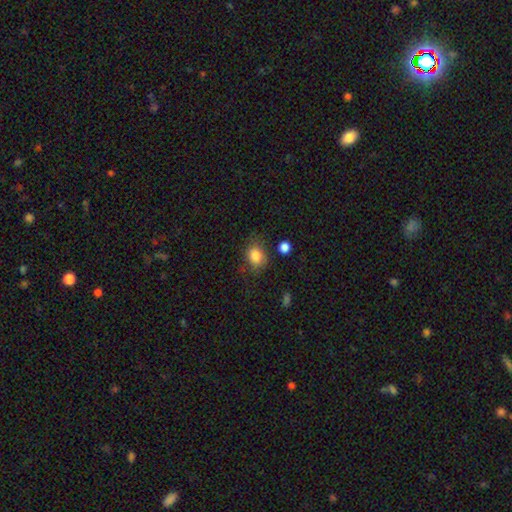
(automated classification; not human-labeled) A smooth galaxy with no disk features (84%) that is in between round and cigar-shaped (52%).

Vote fractions:
- Smooth or featured? smooth: 84% / star or artifact: 9% / featured or disk: 7%
- How rounded? in between: 52% / round: 47% / cigar-shaped: 1%
- Merging? none: 69% / minor disturbance: 20% / major disturbance: 7% / merger: 4%